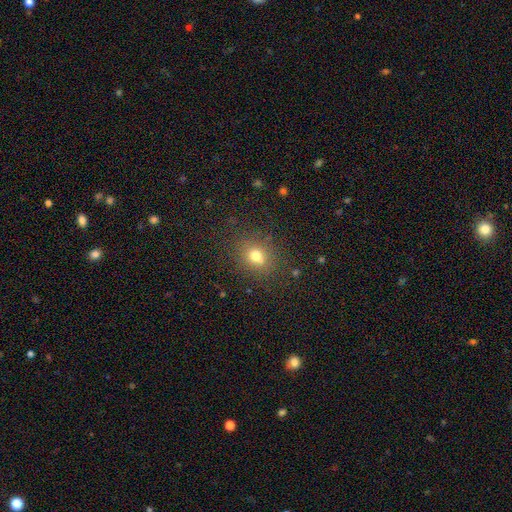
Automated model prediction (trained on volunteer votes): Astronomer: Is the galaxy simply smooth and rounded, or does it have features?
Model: smooth — 70%.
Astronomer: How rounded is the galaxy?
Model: round — 66%.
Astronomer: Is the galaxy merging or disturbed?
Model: none — 68%.